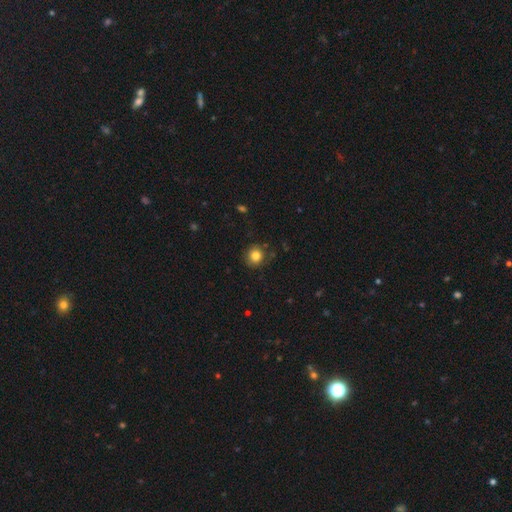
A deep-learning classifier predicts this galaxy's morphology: This appears to be a smooth galaxy with no disk features (82%) that is round (90%). Merging: none (86%).